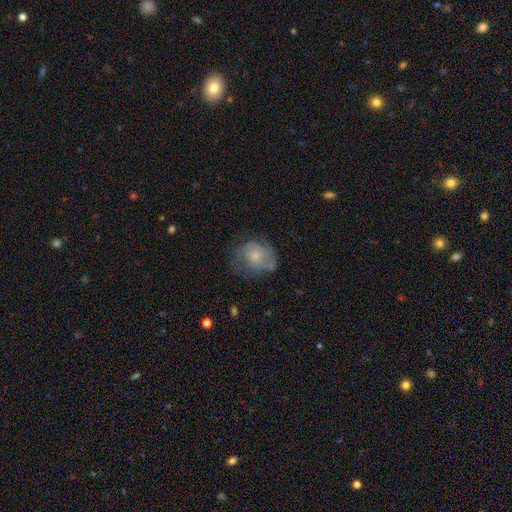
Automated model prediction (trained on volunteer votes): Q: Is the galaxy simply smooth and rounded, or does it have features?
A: smooth — 55%.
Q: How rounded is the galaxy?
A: round — 72%.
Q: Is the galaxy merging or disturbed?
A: none — 47%.